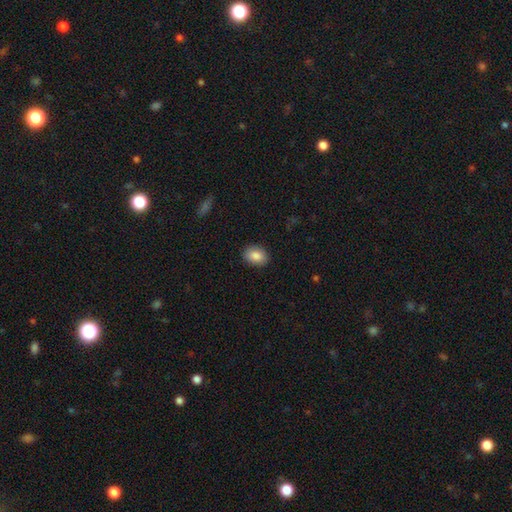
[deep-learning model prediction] Smooth or featured? smooth (87%)
How rounded? in between (75%)
Merging? none (88%)